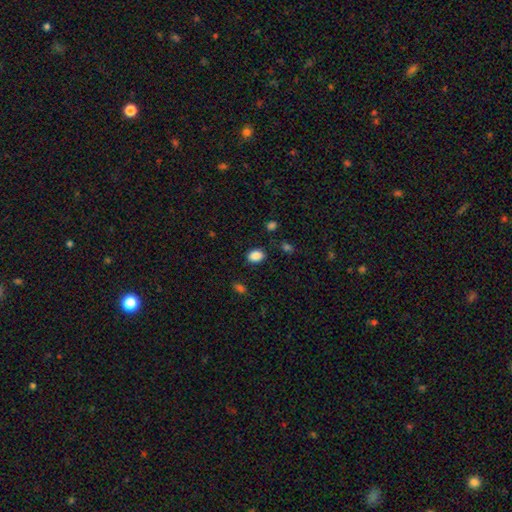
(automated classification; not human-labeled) Overall: smooth (88%). How rounded: in between (71%). Merging: none (84%).